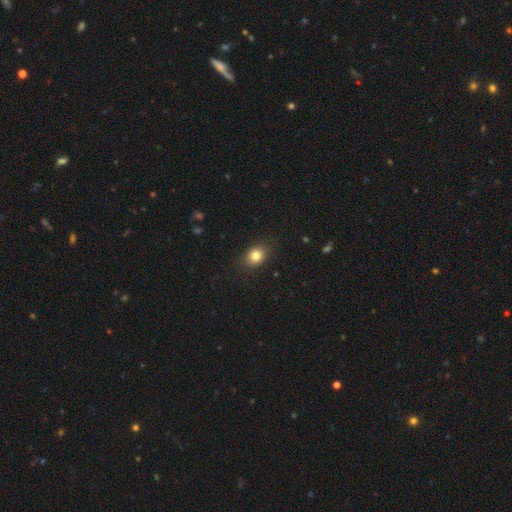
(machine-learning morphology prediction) A smooth galaxy with no disk features (81%) that is in between round and cigar-shaped (51%). Merging: none (86%).